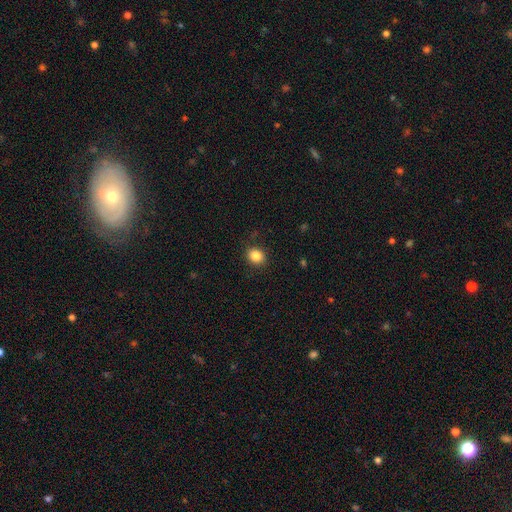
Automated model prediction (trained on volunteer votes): smooth-or-featured: smooth: 85% | star or artifact: 10% | featured or disk: 5%
  how-rounded: round: 62% | in between: 38% | cigar-shaped: 1%
  merging: none: 87% | minor disturbance: 9% | major disturbance: 3% | merger: 1%